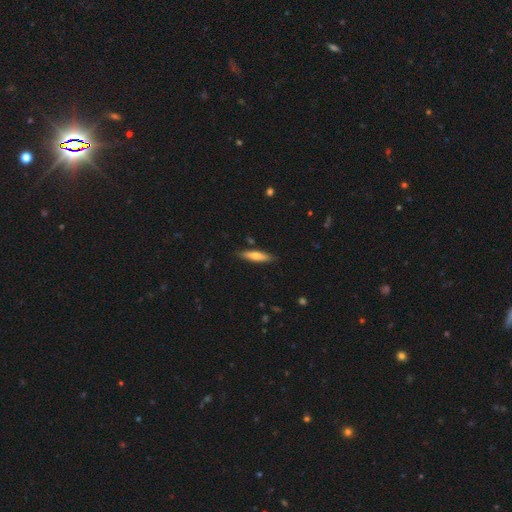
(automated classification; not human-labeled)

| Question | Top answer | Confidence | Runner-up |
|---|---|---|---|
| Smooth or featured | smooth | 62% | featured or disk (32%) |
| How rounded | cigar-shaped | 79% | in between (20%) |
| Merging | none | 87% | minor disturbance (10%) |